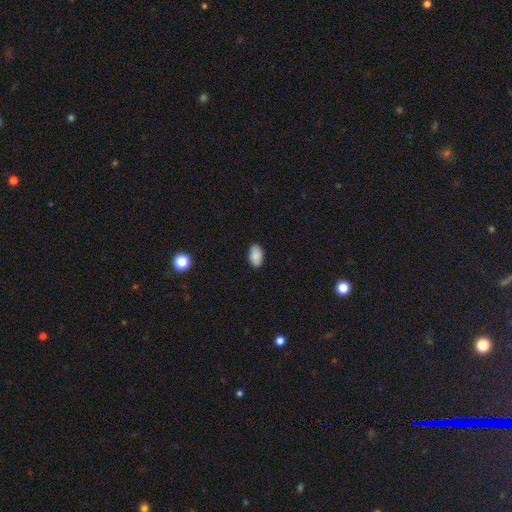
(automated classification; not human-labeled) smooth-or-featured: smooth: 89% | star or artifact: 7% | featured or disk: 4%
  how-rounded: in between: 93% | round: 6% | cigar-shaped: 1%
  merging: none: 87% | minor disturbance: 10% | major disturbance: 2% | merger: 1%